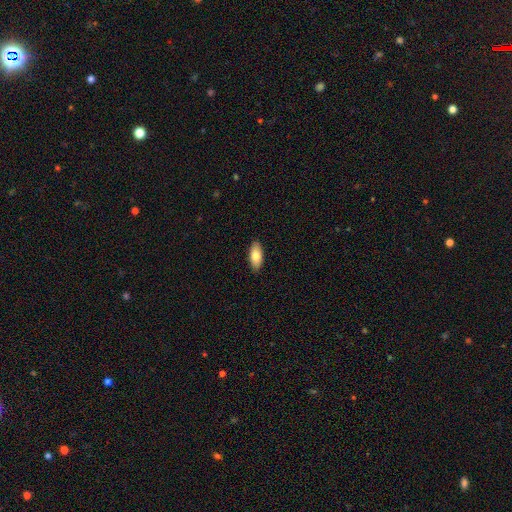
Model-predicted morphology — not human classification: Q: Smooth or featured?
A: smooth (80%); runner-up: featured or disk (14%)
Q: How rounded?
A: in between (89%); runner-up: cigar-shaped (9%)
Q: Merging?
A: none (89%); runner-up: minor disturbance (8%)